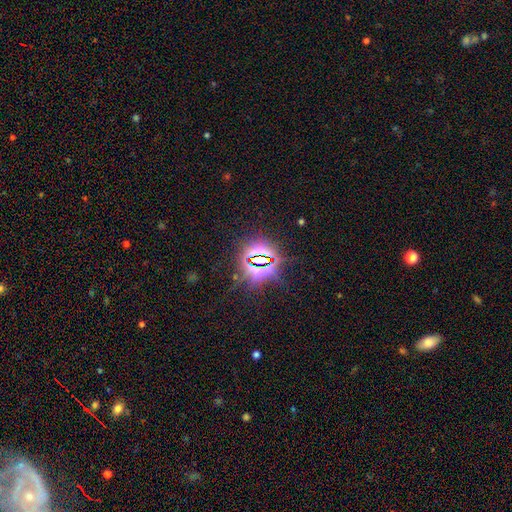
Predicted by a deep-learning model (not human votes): Smooth or featured? Predicted: star or artifact (p=0.84).